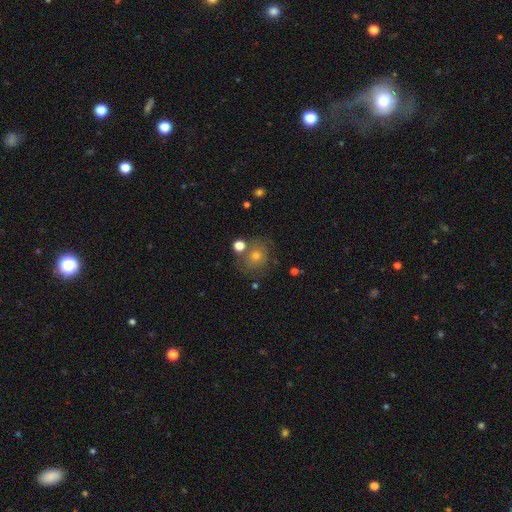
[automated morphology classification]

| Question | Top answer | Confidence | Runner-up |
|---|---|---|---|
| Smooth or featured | smooth | 56% | featured or disk (25%) |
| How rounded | round | 83% | in between (16%) |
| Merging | none | 72% | minor disturbance (13%) |